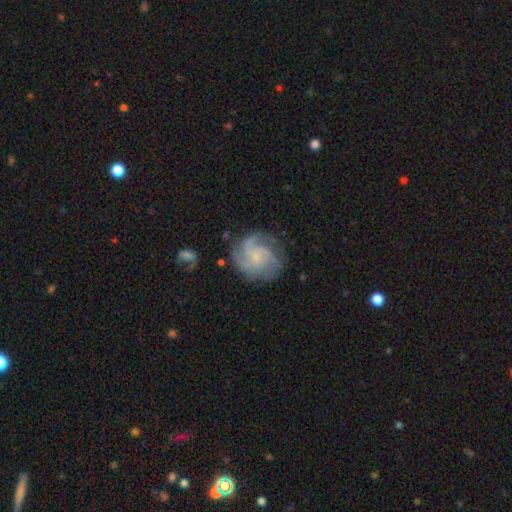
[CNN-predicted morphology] Smooth or featured? featured or disk (85%)
Edge-on disk? no (98%)
Bar? no (69%)
Spiral arms? yes (97%)
Spiral winding? tight (45%)
Spiral arm count? 3 (43%)
Bulge size? small (73%)
Merging? none (72%)